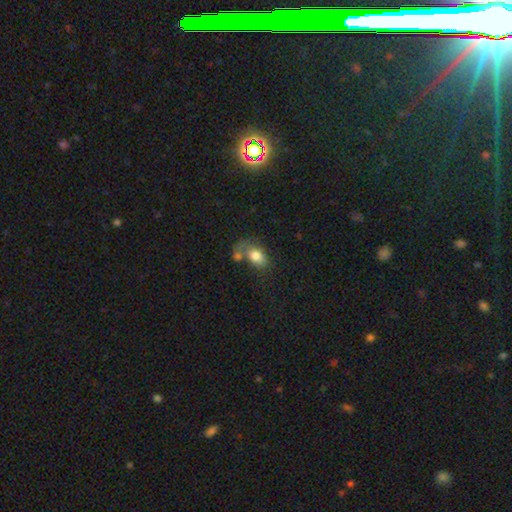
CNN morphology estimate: smooth-or-featured: smooth: 76% | featured or disk: 16% | star or artifact: 8%
  how-rounded: in between: 80% | round: 18% | cigar-shaped: 2%
  merging: merger: 36% | none: 29% | major disturbance: 19% | minor disturbance: 16%